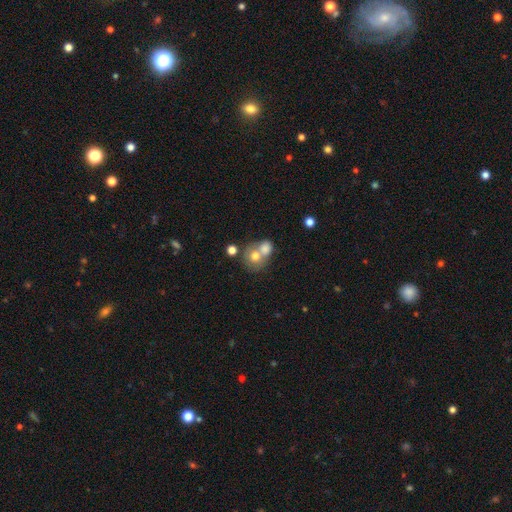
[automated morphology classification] smooth_or_featured: smooth (p=0.71) [alt: featured or disk p=0.20]
how_rounded: round (p=0.66) [alt: in between p=0.33]
merging: merger (p=0.63) [alt: none p=0.25]